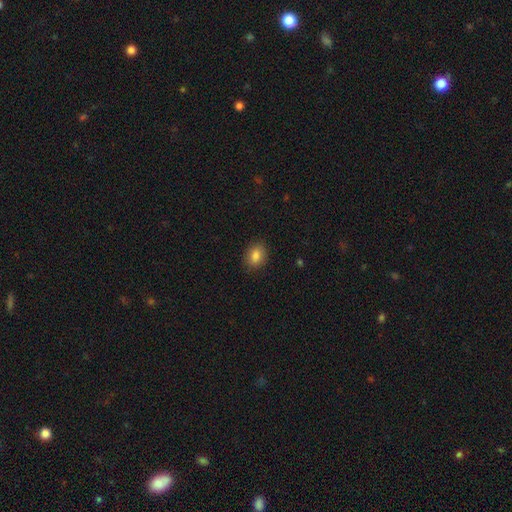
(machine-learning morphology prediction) A smooth galaxy with no disk features (85%) that is in between round and cigar-shaped (64%). Merging: none (88%).